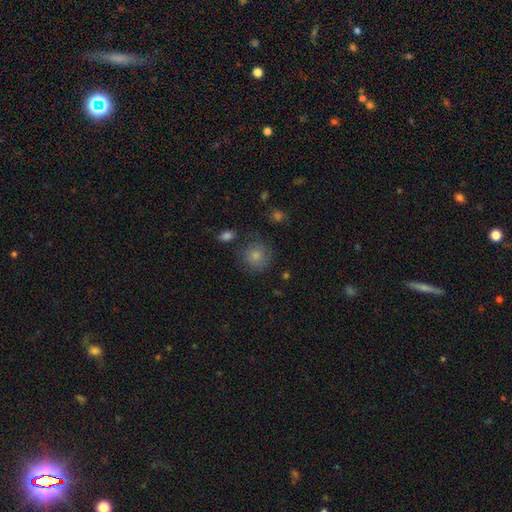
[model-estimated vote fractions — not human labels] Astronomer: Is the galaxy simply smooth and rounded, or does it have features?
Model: smooth — 81%.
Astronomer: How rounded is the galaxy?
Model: round — 89%.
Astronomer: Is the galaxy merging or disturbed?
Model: none — 74%.